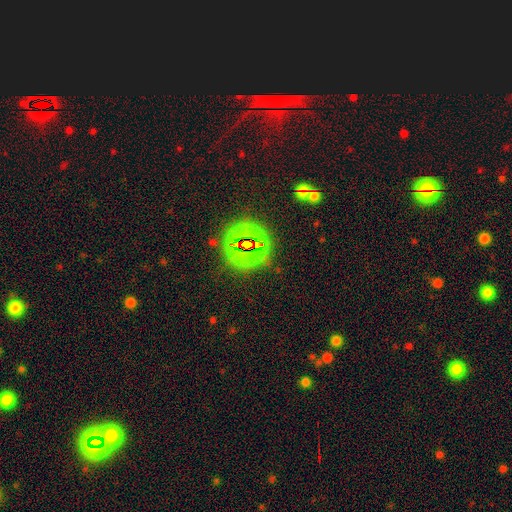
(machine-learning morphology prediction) Overall: star or artifact (78%).